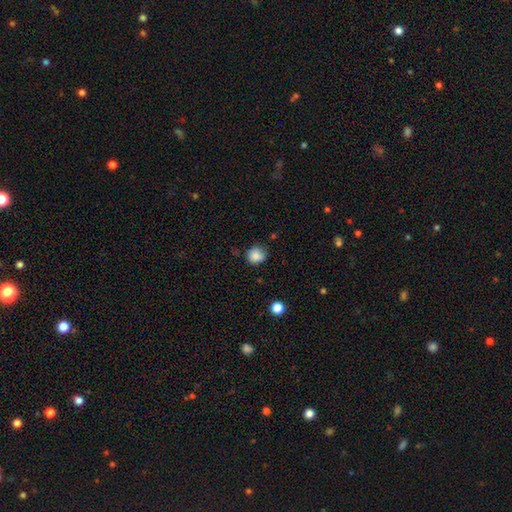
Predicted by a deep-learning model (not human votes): A smooth galaxy with no disk features (86%) that is round (88%).

Vote fractions:
- Smooth or featured? smooth: 86% / star or artifact: 10% / featured or disk: 5%
- How rounded? round: 88% / in between: 11% / cigar-shaped: 1%
- Merging? none: 76% / minor disturbance: 18% / major disturbance: 4% / merger: 2%